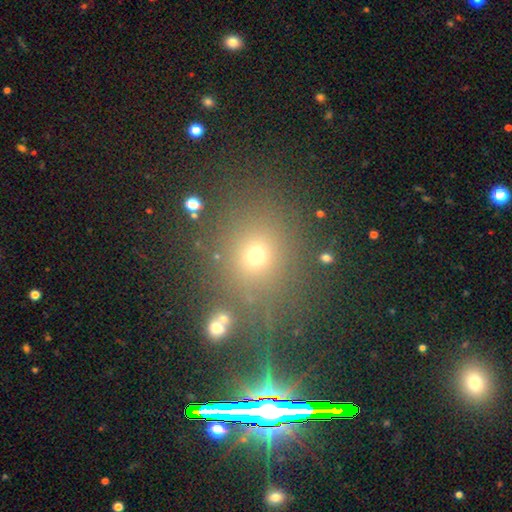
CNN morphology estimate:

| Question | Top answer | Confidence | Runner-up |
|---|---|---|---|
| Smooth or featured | smooth | 50% | star or artifact (40%) |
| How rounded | round | 74% | in between (24%) |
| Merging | none | 80% | minor disturbance (9%) |